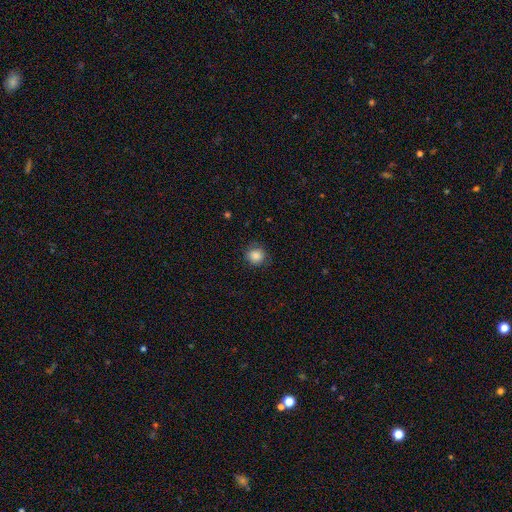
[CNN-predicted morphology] Smooth or featured: smooth — 86% (star or artifact — 10%)
How rounded: round — 90% (in between — 9%)
Merging: none — 81% (minor disturbance — 14%)